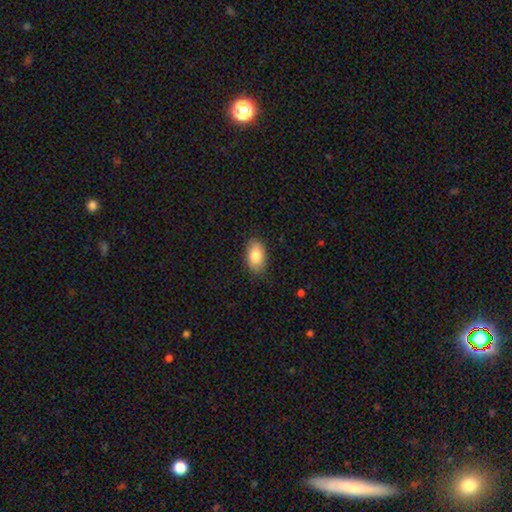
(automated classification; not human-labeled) This appears to be a smooth galaxy with no disk features (83%) that is in between round and cigar-shaped (92%). Merging: none (84%).